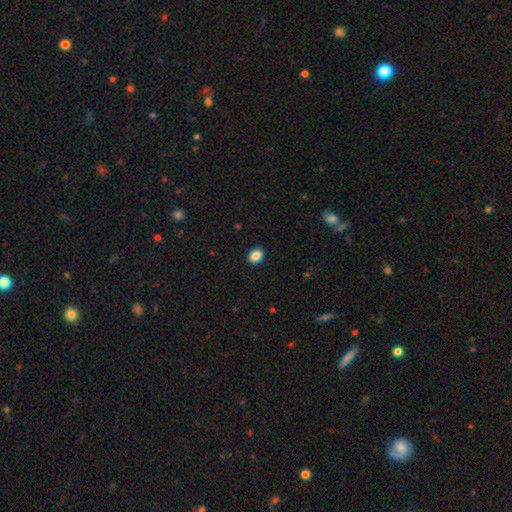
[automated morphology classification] Smooth or featured? smooth (89%)
How rounded? in between (69%)
Merging? none (90%)